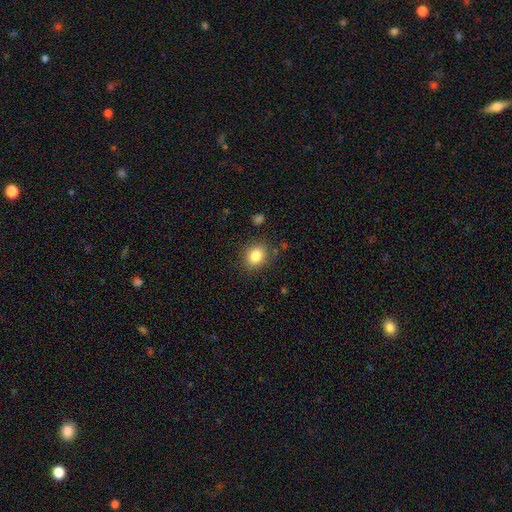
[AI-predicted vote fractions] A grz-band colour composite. It shows a smooth galaxy with no disk features (84%) that is round (54%). Merging: none (83%).